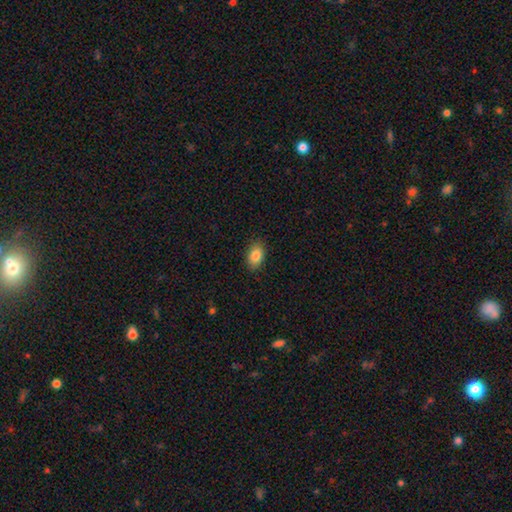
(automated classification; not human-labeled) Q: Smooth or featured?
A: smooth (85%); runner-up: star or artifact (8%)
Q: How rounded?
A: in between (86%); runner-up: round (13%)
Q: Merging?
A: none (87%); runner-up: minor disturbance (10%)